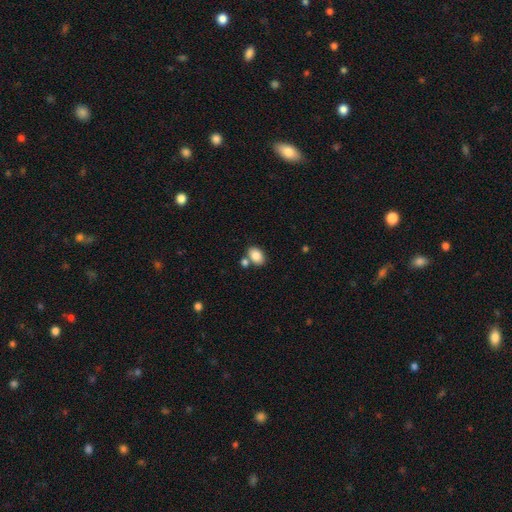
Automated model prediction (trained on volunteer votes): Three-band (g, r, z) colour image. It shows a smooth galaxy with no disk features (85%) that is in between round and cigar-shaped (81%). Merging: none (65%).